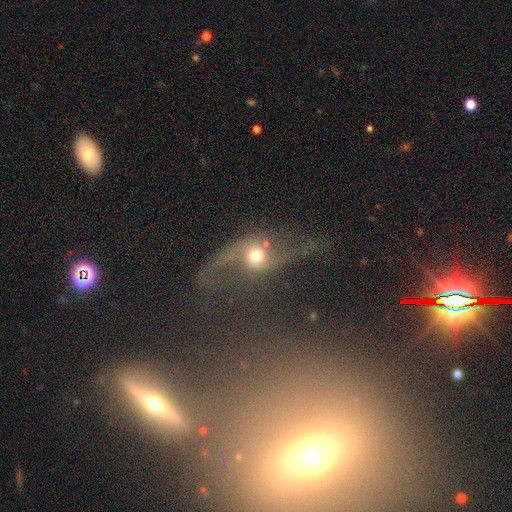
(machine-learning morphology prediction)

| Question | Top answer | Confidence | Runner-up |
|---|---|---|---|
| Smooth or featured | featured or disk | 67% | smooth (20%) |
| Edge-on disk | no | 91% | yes (9%) |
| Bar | no | 70% | weak (22%) |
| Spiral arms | yes | 83% | no (17%) |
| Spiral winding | loose | 87% | medium (9%) |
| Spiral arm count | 2 | 88% | 1 (6%) |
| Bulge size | moderate | 59% | small (22%) |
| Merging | none | 41% | major disturbance (33%) |